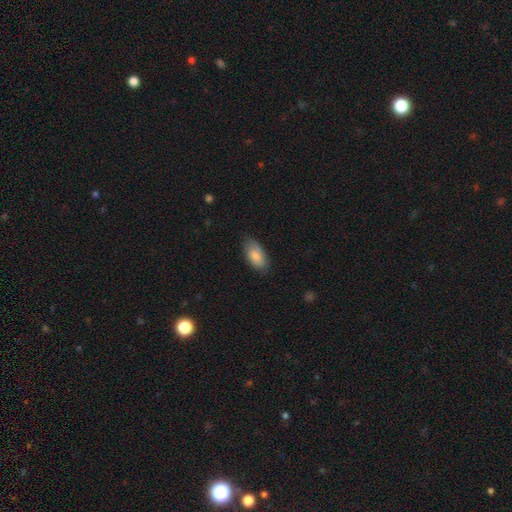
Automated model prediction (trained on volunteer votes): Q: Smooth or featured?
A: smooth (81%); runner-up: featured or disk (13%)
Q: How rounded?
A: in between (92%); runner-up: cigar-shaped (5%)
Q: Merging?
A: none (71%); runner-up: minor disturbance (24%)